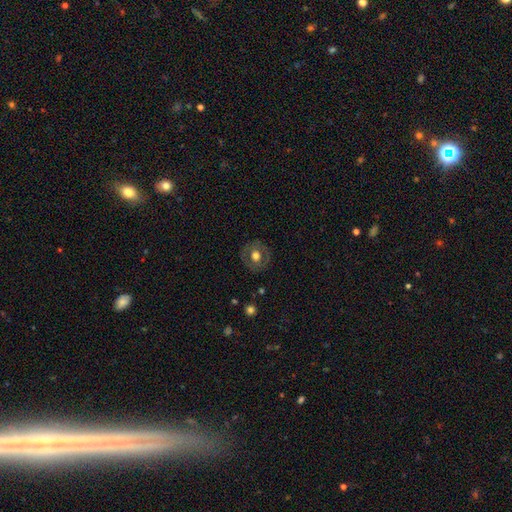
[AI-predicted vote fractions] Smooth or featured: smooth — 49% (featured or disk — 44%)
Merging: none — 84% (minor disturbance — 11%)